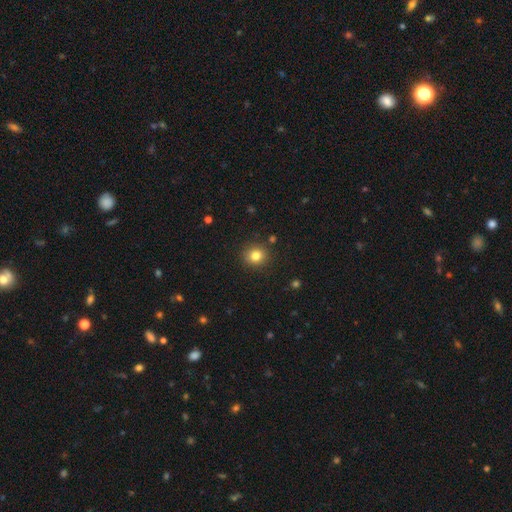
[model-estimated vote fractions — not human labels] Q: Smooth or featured?
A: smooth (81%); runner-up: star or artifact (12%)
Q: How rounded?
A: round (87%); runner-up: in between (12%)
Q: Merging?
A: none (89%); runner-up: minor disturbance (7%)